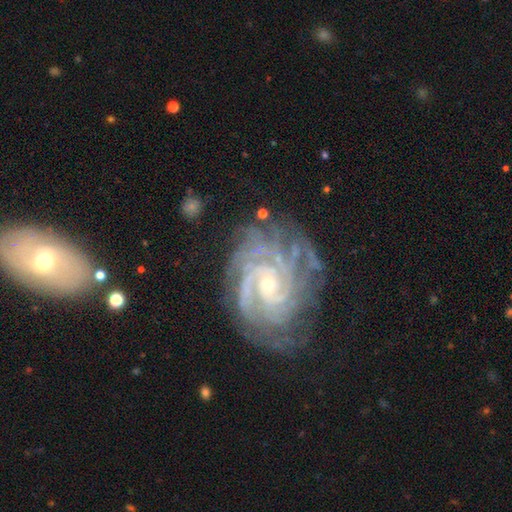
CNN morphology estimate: The model was most divided on "spiral arm count": can't tell: 26%, 4: 21%, 3: 19%, 2: 15%, more than 4: 11%, 1: 8%. Remaining: spiral arms — yes (98%); edge-on disk — no (97%); smooth or featured — featured or disk (86%); spiral winding — tight (75%); merging — none (73%); bulge size — small (57%); bar — weak (45%).